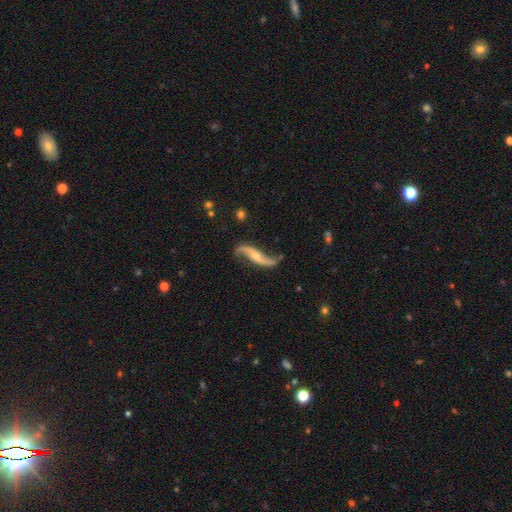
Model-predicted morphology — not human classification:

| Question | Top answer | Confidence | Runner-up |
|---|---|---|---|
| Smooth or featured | featured or disk | 87% | smooth (8%) |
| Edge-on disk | no | 86% | yes (14%) |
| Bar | no | 53% | weak (28%) |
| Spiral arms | yes | 95% | no (5%) |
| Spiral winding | loose | 92% | medium (5%) |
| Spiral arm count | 2 | 93% | 1 (2%) |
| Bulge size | small | 51% | moderate (36%) |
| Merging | none | 71% | minor disturbance (18%) |